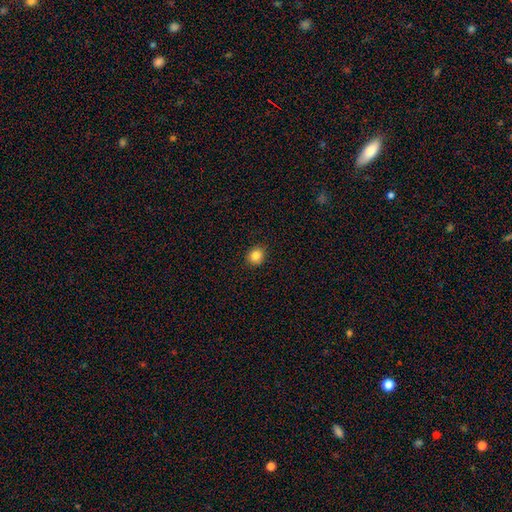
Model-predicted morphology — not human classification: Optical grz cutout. It shows a smooth galaxy with no disk features (85%) that is round (77%). Merging: none (90%).